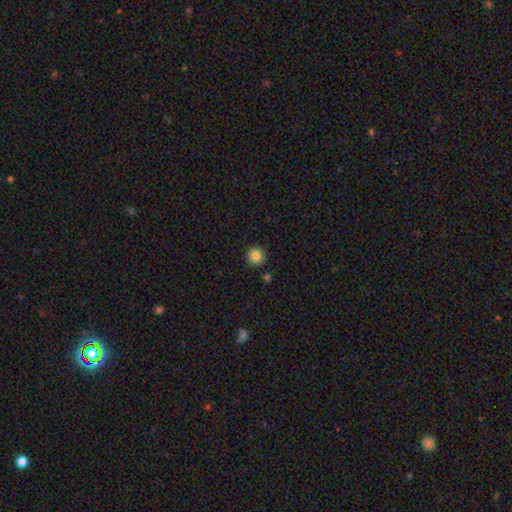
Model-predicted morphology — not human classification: Smooth or featured: smooth — 84% (star or artifact — 11%)
How rounded: round — 93% (in between — 6%)
Merging: none — 89% (minor disturbance — 6%)